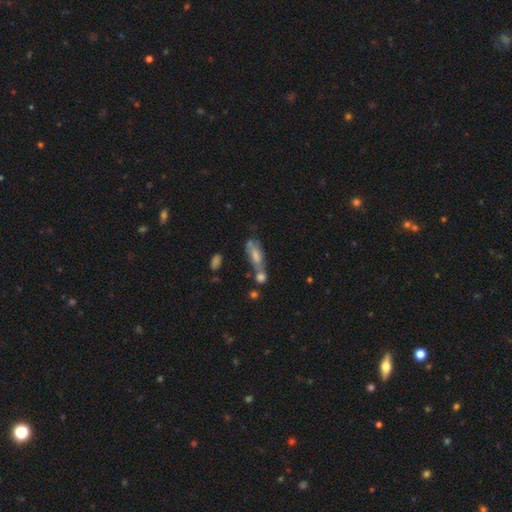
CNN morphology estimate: Smooth or featured: smooth — 55% (featured or disk — 34%)
How rounded: in between — 58% (cigar-shaped — 38%)
Merging: merger — 46% (none — 27%)